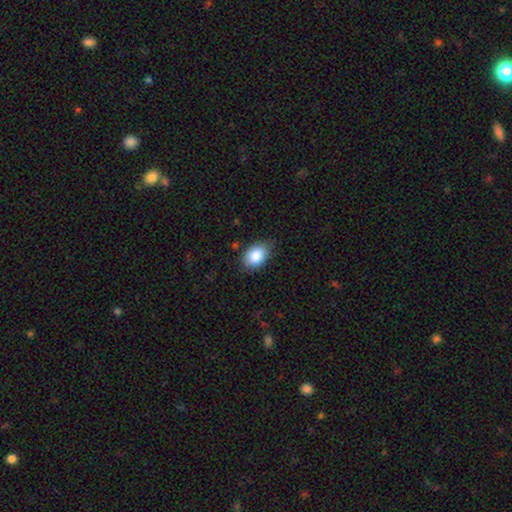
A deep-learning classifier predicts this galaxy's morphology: The model was most divided on "merging": none: 76%, minor disturbance: 19%, major disturbance: 4%, merger: 1%. More confident: smooth or featured — smooth (88%); how rounded — in between (84%).